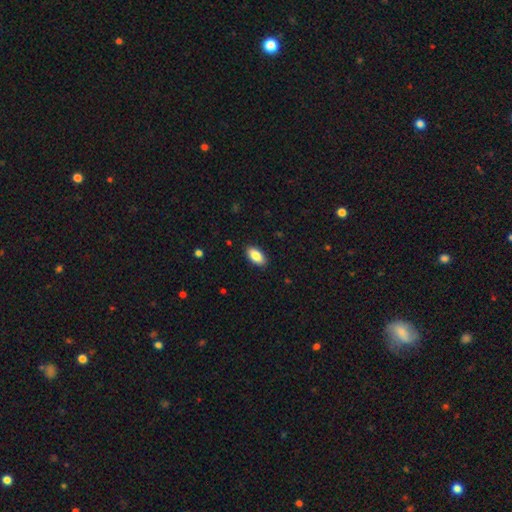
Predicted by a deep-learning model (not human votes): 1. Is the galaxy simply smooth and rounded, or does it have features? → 87% smooth, 7% featured or disk, 6% star or artifact.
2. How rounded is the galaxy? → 93% in between, 5% cigar-shaped, 2% round.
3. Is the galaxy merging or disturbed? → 90% none, 8% minor disturbance, 2% major disturbance, 1% merger.